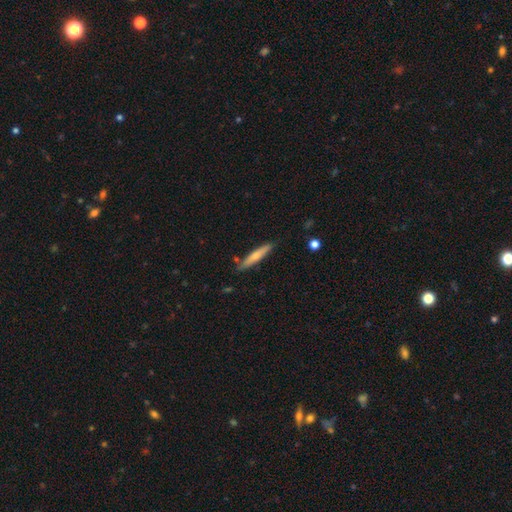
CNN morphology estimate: A smooth galaxy with no disk features (58%) that is cigar-shaped (91%). Merging: none (83%).